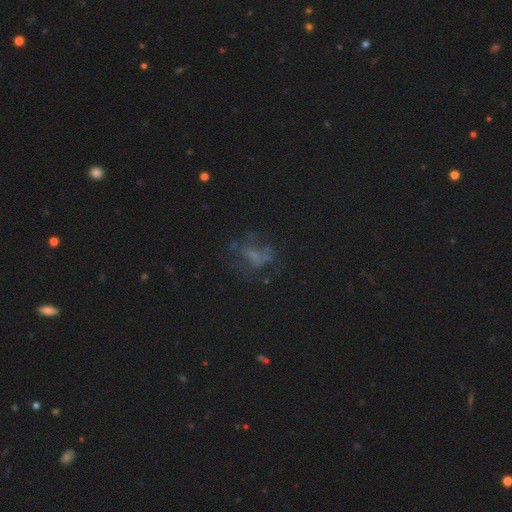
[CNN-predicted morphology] A featured or disk galaxy (42%).

Vote fractions:
- Smooth or featured? featured or disk: 42% / smooth: 30% / star or artifact: 28%
- Merging? none: 47% / major disturbance: 30% / minor disturbance: 18% / merger: 5%